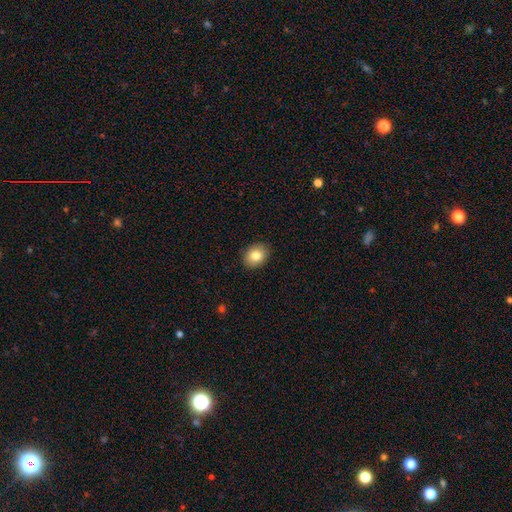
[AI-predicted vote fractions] Morphology: type=smooth (83%); roundness=in between (50%); merging=none (89%).